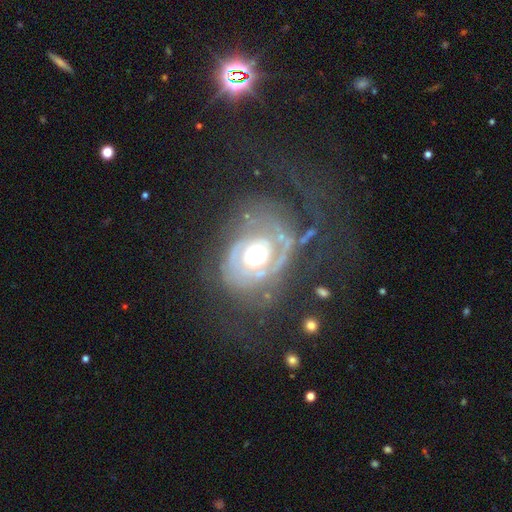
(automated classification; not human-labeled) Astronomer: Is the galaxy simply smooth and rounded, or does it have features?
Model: featured or disk — 80%.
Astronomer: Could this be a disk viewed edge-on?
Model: no — 96%.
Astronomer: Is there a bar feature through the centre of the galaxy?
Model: no — 80%.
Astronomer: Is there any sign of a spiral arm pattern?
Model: yes — 77%.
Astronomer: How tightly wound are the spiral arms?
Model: tight — 54% (runner-up: medium, 30%).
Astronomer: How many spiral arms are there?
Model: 2 — 39% (runner-up: can't tell, 25%).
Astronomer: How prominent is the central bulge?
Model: large — 43%, tied with moderate at 43%.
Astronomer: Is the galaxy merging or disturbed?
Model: none — 51% (runner-up: major disturbance, 26%).